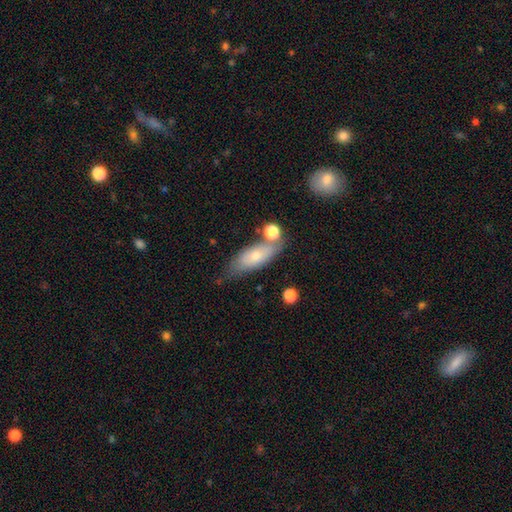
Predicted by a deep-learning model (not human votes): Overall: smooth (61%; featured or disk 31%). How rounded: in between (71%). Merging: none (56%; minor disturbance 22%).